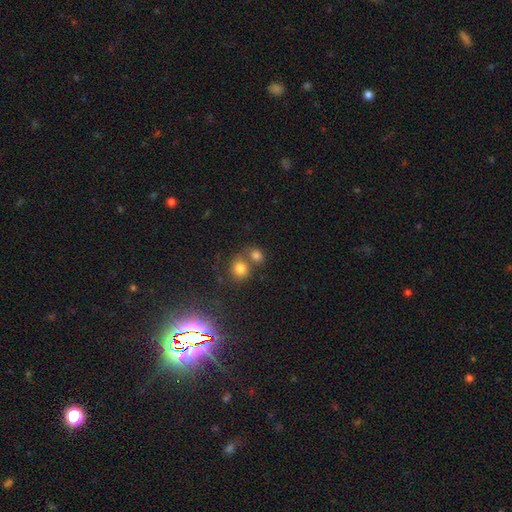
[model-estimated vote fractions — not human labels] A smooth galaxy with no disk features (78%) that is round (65%). Merging: merger (47%).